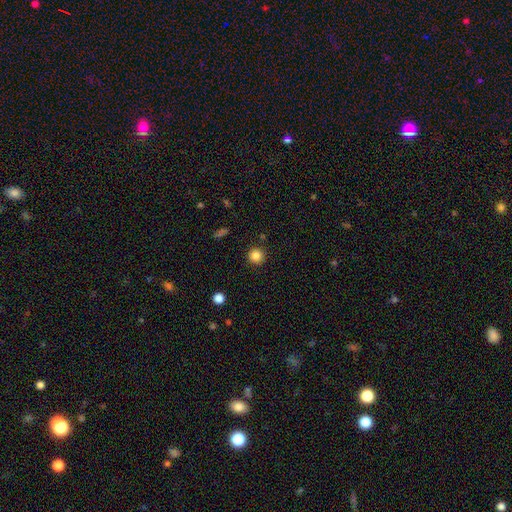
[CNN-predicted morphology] Smooth or featured? smooth (85%)
How rounded? round (95%)
Merging? none (91%)